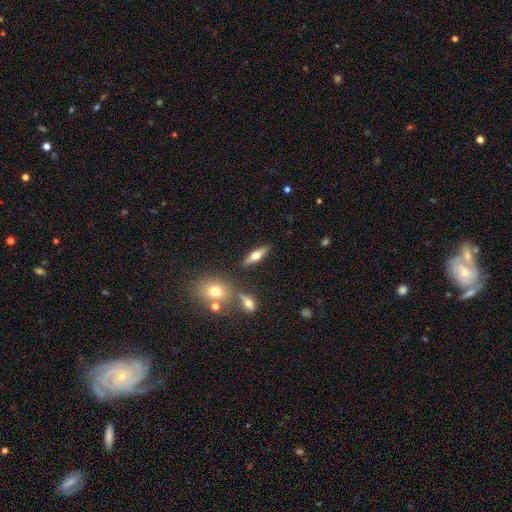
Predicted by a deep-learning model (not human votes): smooth_or_featured: featured or disk (p=0.59) [alt: smooth p=0.34]
disk_edge_on: yes (p=0.92) [alt: no p=0.08]
edge_on_bulge: rounded (p=0.95) [alt: boxy p=0.03]
merging: none (p=0.84) [alt: minor disturbance p=0.08]